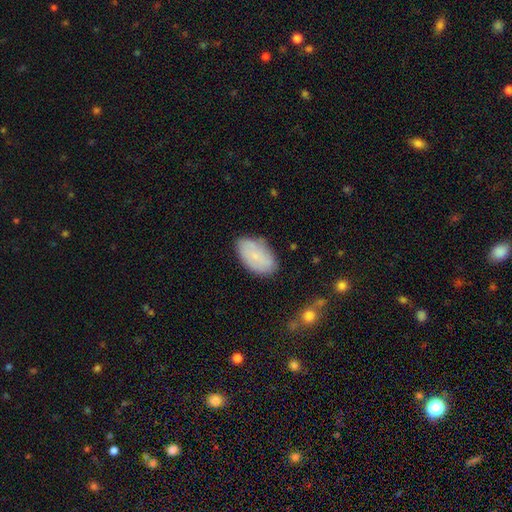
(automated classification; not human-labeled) Q: Smooth or featured?
A: smooth (67%); runner-up: featured or disk (26%)
Q: How rounded?
A: in between (94%); runner-up: round (4%)
Q: Merging?
A: none (75%); runner-up: minor disturbance (19%)